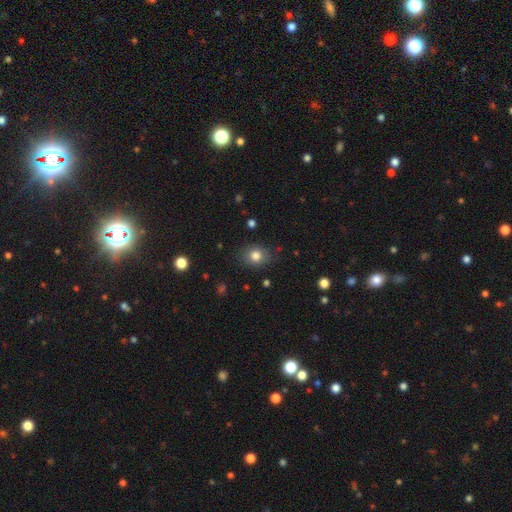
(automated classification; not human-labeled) smooth 81%, star or artifact 11%, featured or disk 8%. Down the decision tree: how rounded — round (55%); merging — none (83%).